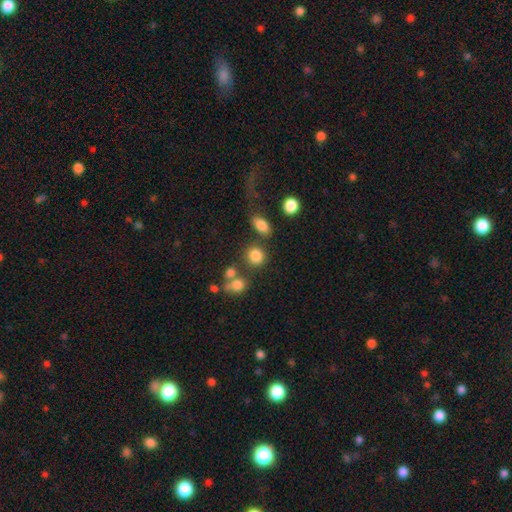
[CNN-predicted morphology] This appears to be a smooth galaxy with no disk features (82%) that is round (77%). Merging: none (69%).